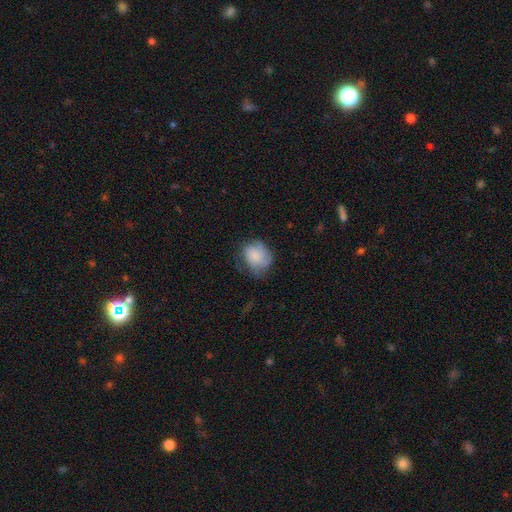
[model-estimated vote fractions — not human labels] Q: Smooth or featured?
A: smooth (69%); runner-up: featured or disk (23%)
Q: How rounded?
A: round (55%); runner-up: in between (44%)
Q: Merging?
A: none (51%); runner-up: minor disturbance (31%)